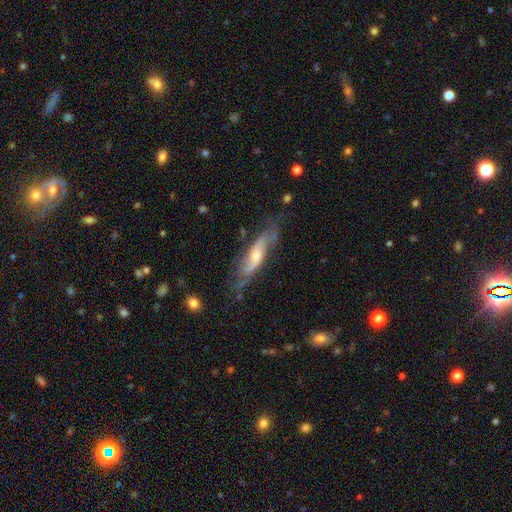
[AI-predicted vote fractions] Morphology: type=featured or disk (71%); edge-on=no (66%); merging=none (64%).